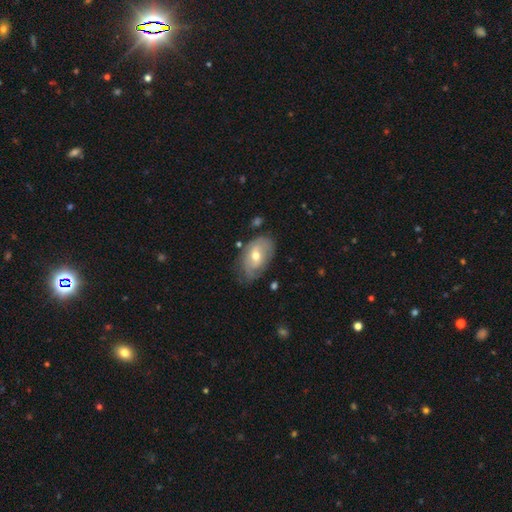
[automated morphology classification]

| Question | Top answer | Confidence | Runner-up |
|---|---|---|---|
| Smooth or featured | featured or disk | 47% | smooth (46%) |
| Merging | none | 57% | minor disturbance (31%) |